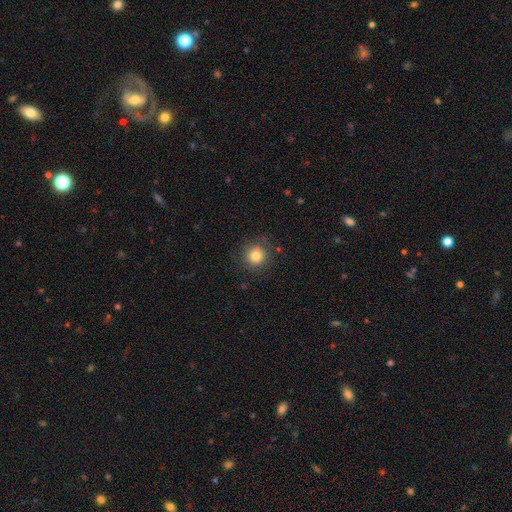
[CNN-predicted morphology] Smooth or featured: smooth — 81% (star or artifact — 11%)
How rounded: round — 94% (in between — 5%)
Merging: none — 85% (minor disturbance — 10%)